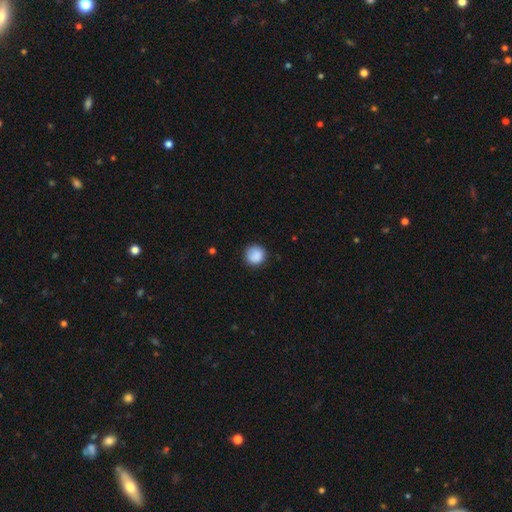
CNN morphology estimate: smooth 87%, star or artifact 8%, featured or disk 4%. Down the decision tree: how rounded — round (94%); merging — none (84%).